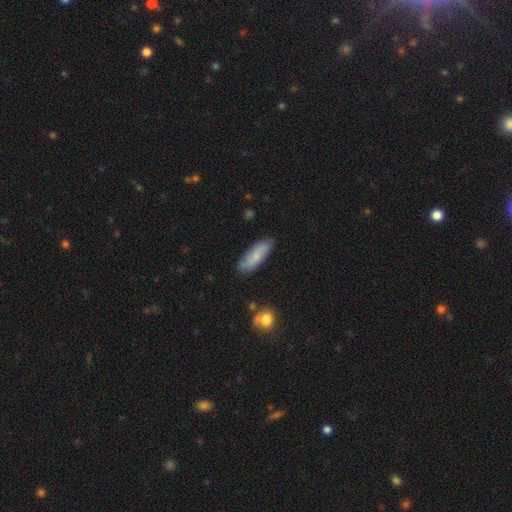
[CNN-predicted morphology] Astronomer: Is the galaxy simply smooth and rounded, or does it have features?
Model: smooth — 74%.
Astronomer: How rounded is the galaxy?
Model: in between — 56% (runner-up: cigar-shaped, 42%).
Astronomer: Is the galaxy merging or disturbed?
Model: none — 82%.